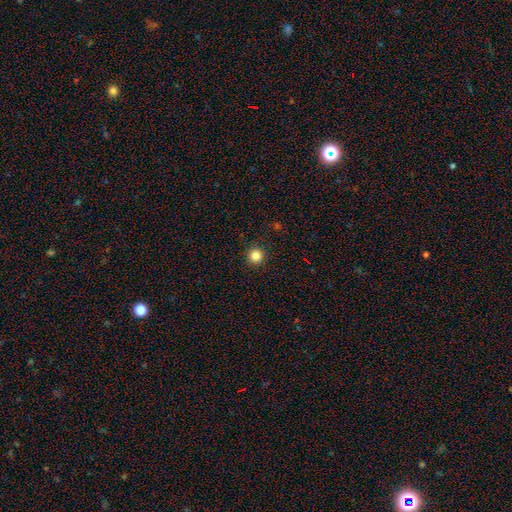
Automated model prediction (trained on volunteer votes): Smooth or featured: smooth — 84% (star or artifact — 12%)
How rounded: round — 95% (in between — 4%)
Merging: none — 92% (minor disturbance — 5%)